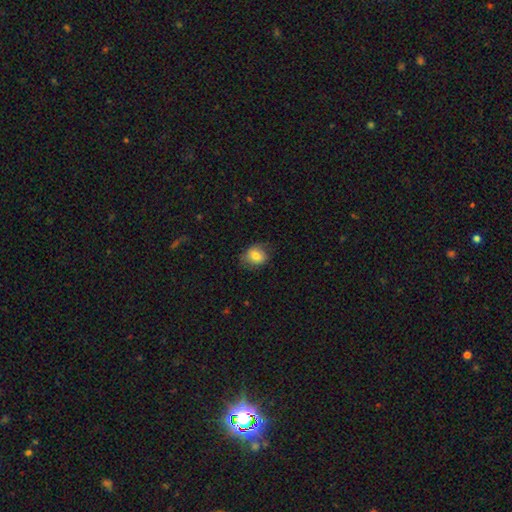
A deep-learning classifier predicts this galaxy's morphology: smooth_or_featured: smooth (p=0.77) [alt: featured or disk p=0.15]
how_rounded: round (p=0.56) [alt: in between p=0.43]
merging: none (p=0.71) [alt: minor disturbance p=0.21]